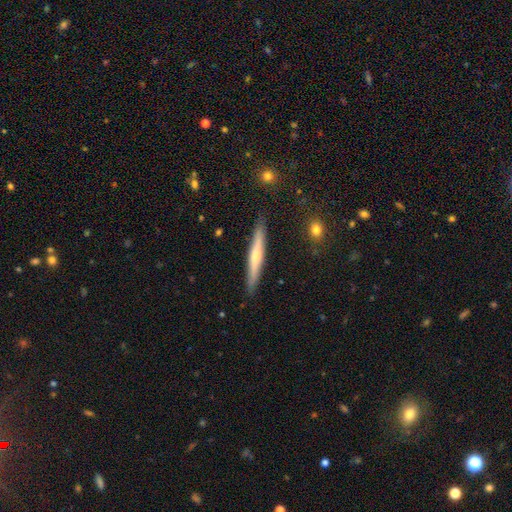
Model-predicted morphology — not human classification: Q: Smooth or featured?
A: featured or disk (58%); runner-up: smooth (36%)
Q: Edge-on disk?
A: yes (96%); runner-up: no (4%)
Q: Edge-on bulge?
A: rounded (72%); runner-up: none (23%)
Q: Merging?
A: none (90%); runner-up: minor disturbance (8%)